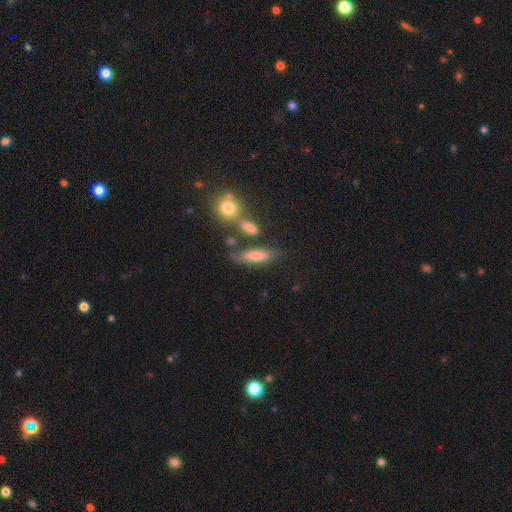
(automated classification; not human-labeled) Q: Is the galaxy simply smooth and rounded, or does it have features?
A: smooth — 66%.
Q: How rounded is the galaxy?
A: in between — 49%.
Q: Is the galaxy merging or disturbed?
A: none — 59%.